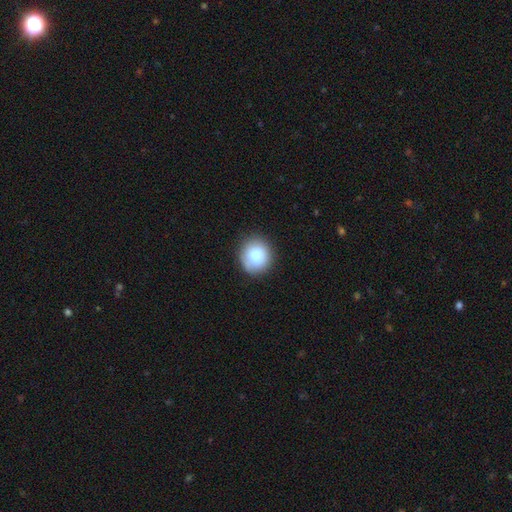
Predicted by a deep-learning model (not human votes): smooth-or-featured: smooth: 82% | featured or disk: 9% | star or artifact: 8%
  how-rounded: round: 85% | in between: 14% | cigar-shaped: 1%
  merging: none: 85% | minor disturbance: 11% | major disturbance: 3% | merger: 1%